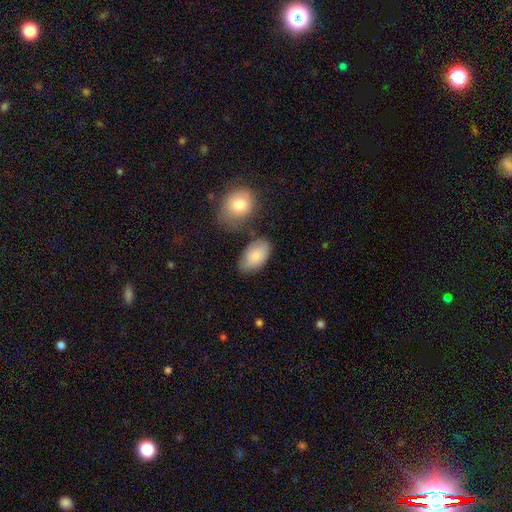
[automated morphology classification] This appears to be a smooth galaxy with no disk features (82%) that is in between round and cigar-shaped (93%). Merging: none (64%).